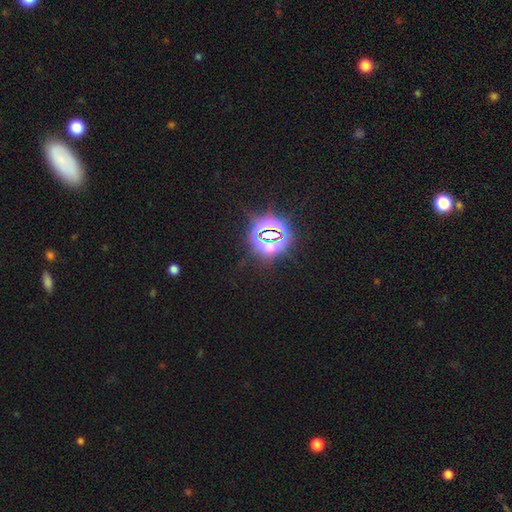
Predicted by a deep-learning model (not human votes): A star or artifact, not a galaxy (80%).